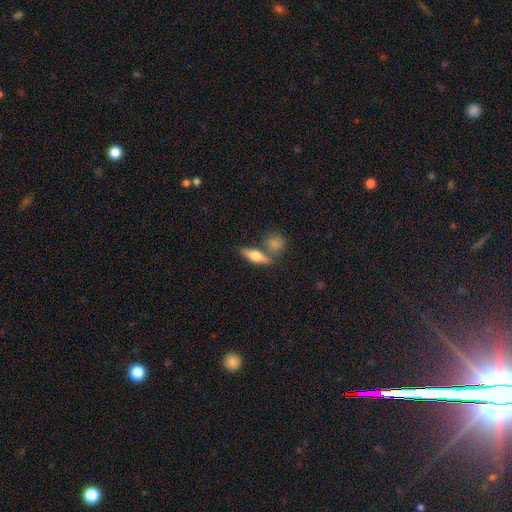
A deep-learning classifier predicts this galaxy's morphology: smooth 51%, featured or disk 42%, star or artifact 7%. Down the decision tree: how rounded — in between (49%); merging — none (63%).